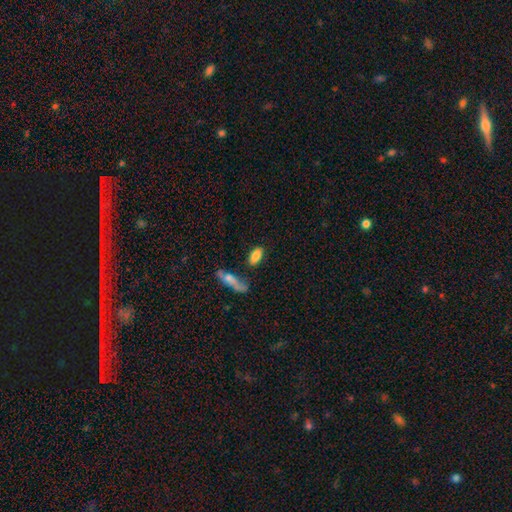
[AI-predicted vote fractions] Smooth or featured?
  - smooth: 84% *
  - featured or disk: 9%
  - star or artifact: 7%
How rounded?
  - in between: 87% *
  - cigar-shaped: 9%
  - round: 3%
Merging?
  - none: 74% *
  - minor disturbance: 14%
  - merger: 8%
  - major disturbance: 4%